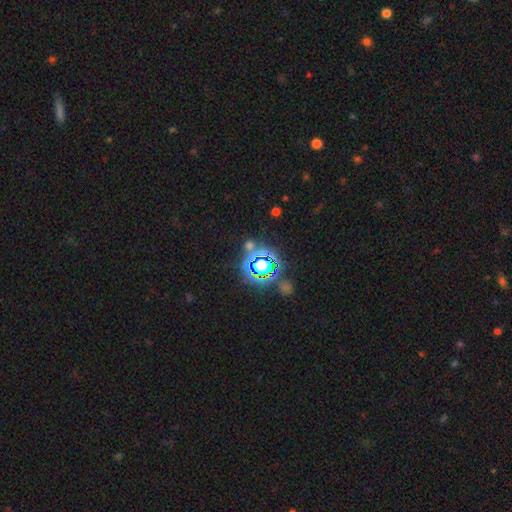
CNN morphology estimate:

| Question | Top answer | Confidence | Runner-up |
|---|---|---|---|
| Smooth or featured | star or artifact | 79% | smooth (13%) |